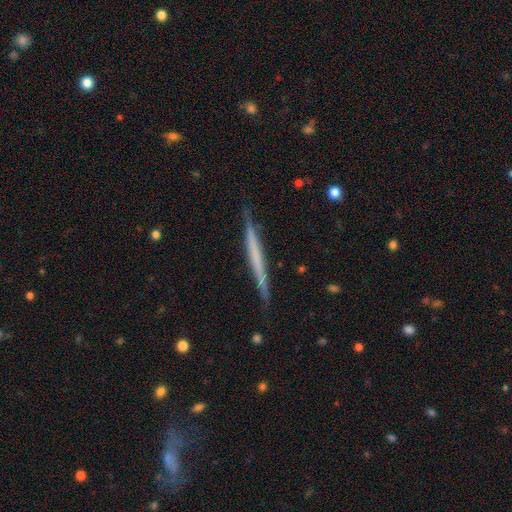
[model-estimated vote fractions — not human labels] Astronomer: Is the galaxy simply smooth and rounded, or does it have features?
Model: featured or disk — 53% (runner-up: smooth, 41%).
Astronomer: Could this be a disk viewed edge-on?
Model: yes — 97%.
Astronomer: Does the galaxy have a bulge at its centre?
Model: none — 88%.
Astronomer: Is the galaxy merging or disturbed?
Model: none — 85%.